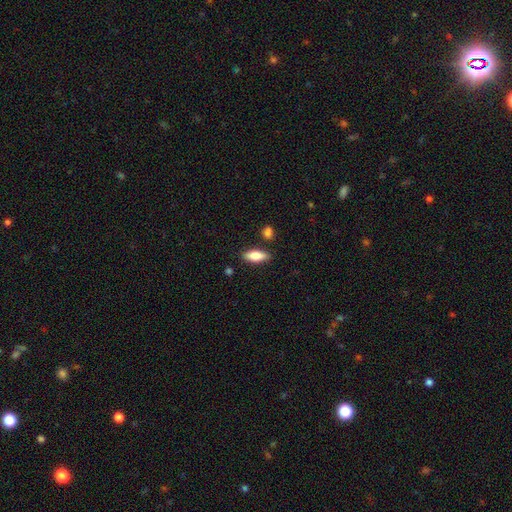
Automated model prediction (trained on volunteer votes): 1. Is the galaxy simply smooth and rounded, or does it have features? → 77% smooth, 16% featured or disk, 6% star or artifact.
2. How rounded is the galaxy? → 70% in between, 28% cigar-shaped, 3% round.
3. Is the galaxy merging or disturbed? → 84% none, 10% minor disturbance, 4% merger, 2% major disturbance.